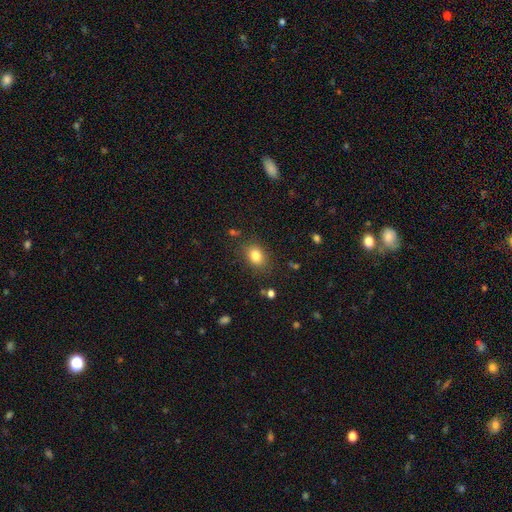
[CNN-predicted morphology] type=smooth (82%); roundness=in between (66%); merging=none (83%).